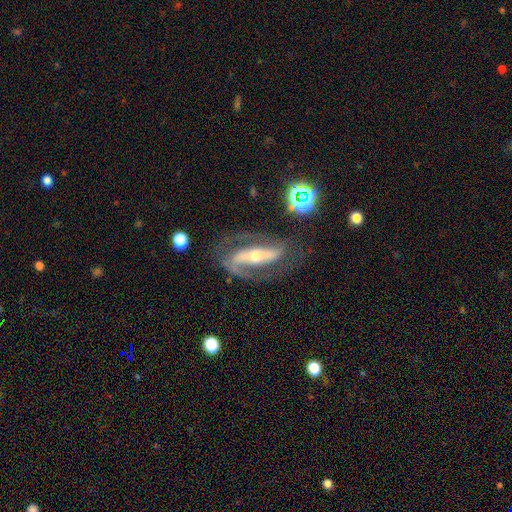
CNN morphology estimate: A featured or disk galaxy (87%) with a strong bar (69%), 2 (90%) medium (51%) spiral arms (94%) and a moderate central bulge (53%). Merging: none (73%).